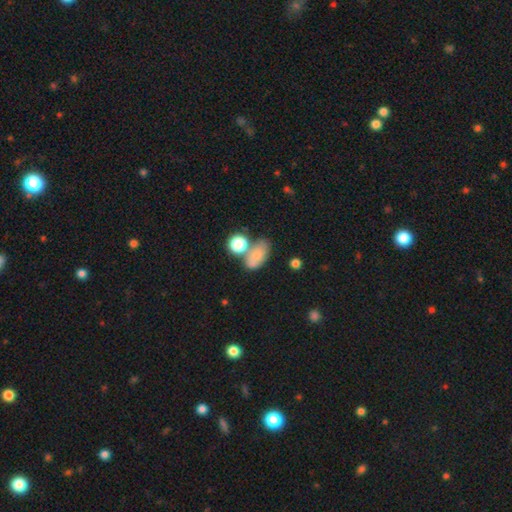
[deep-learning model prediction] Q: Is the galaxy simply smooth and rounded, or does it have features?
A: smooth — 70%.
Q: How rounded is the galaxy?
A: in between — 80%.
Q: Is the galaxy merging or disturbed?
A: none — 44%.